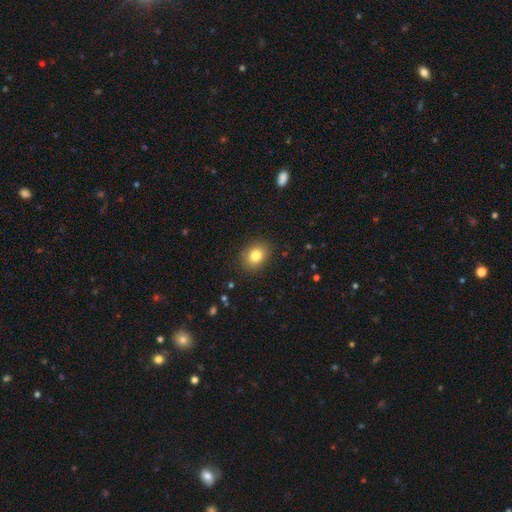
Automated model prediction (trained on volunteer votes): Q: Smooth or featured?
A: smooth (82%); runner-up: star or artifact (10%)
Q: How rounded?
A: in between (52%); runner-up: round (47%)
Q: Merging?
A: none (88%); runner-up: minor disturbance (9%)